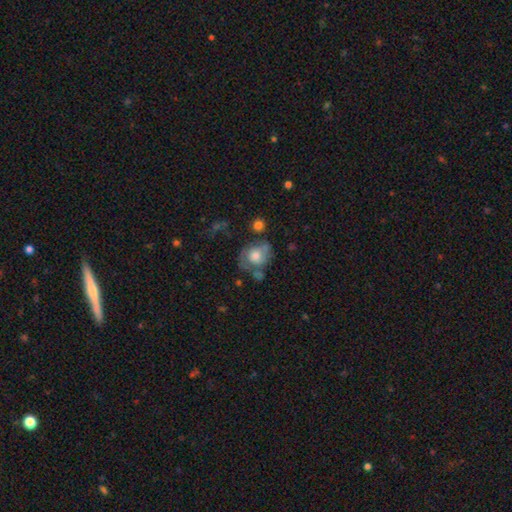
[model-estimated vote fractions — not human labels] Smooth or featured? Predicted: smooth (p=0.56). How rounded? Predicted: round (p=0.58). Merging? Predicted: none (p=0.39).